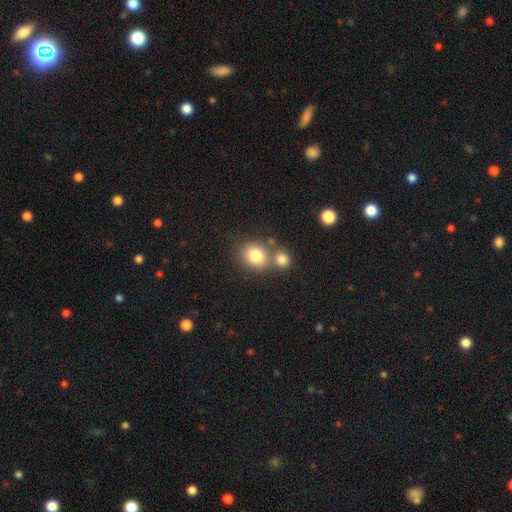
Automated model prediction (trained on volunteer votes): Q: Smooth or featured?
A: smooth (80%); runner-up: star or artifact (11%)
Q: How rounded?
A: round (74%); runner-up: in between (25%)
Q: Merging?
A: none (51%); runner-up: merger (37%)